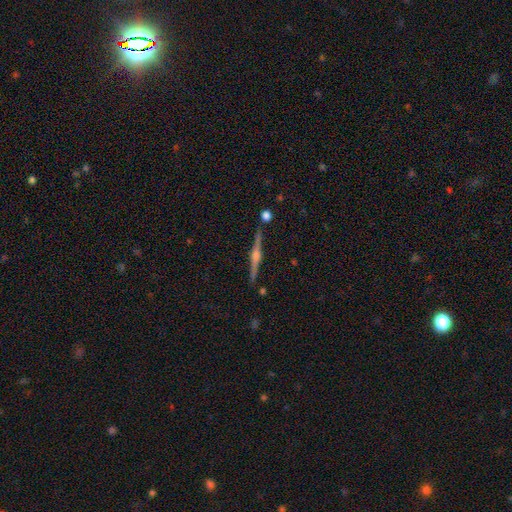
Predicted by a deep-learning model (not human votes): Smooth or featured? Predicted: featured or disk (p=0.85). Edge-on disk? Predicted: yes (p=0.99). Edge-on bulge? Predicted: rounded (p=0.85). Merging? Predicted: none (p=0.89).